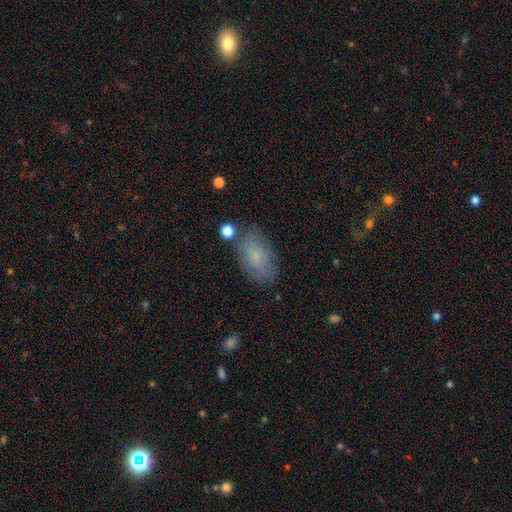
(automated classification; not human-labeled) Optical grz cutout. It shows a smooth galaxy with no disk features (75%) that is in between round and cigar-shaped (92%). Merging: none (74%).